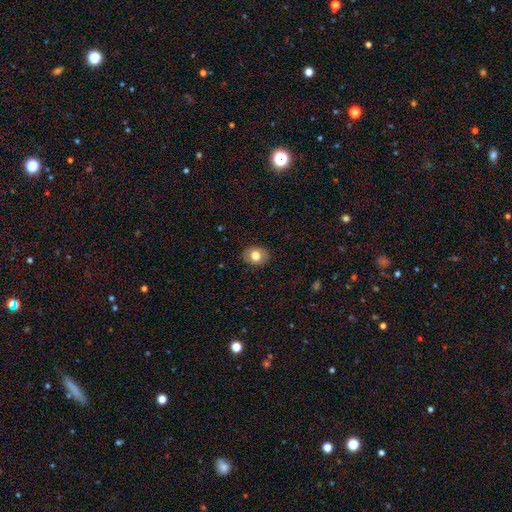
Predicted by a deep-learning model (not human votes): Q: Smooth or featured?
A: smooth (77%); runner-up: featured or disk (14%)
Q: How rounded?
A: round (53%); runner-up: in between (46%)
Q: Merging?
A: none (88%); runner-up: minor disturbance (9%)